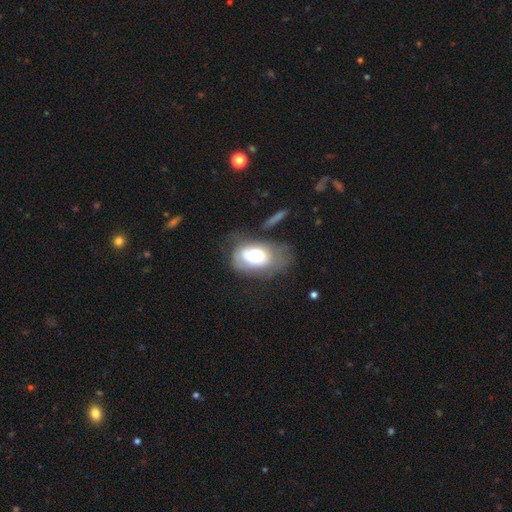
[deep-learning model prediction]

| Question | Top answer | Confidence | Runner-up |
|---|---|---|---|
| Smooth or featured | smooth | 60% | featured or disk (32%) |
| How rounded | in between | 86% | round (13%) |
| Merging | none | 37% | major disturbance (28%) |